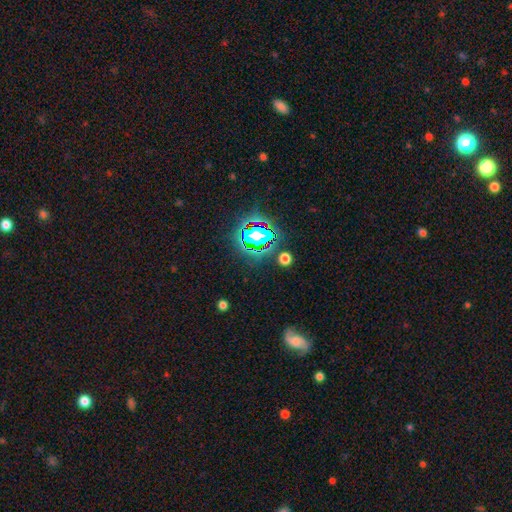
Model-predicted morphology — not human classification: Smooth or featured? star or artifact (73%)